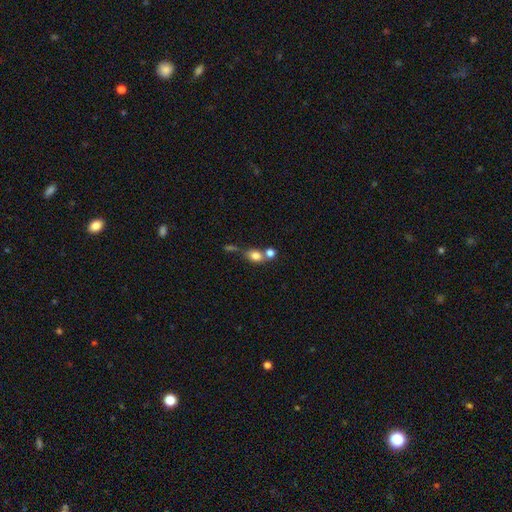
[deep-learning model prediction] Morphology: type=smooth (79%); roundness=in between (54%); merging=merger (43%).